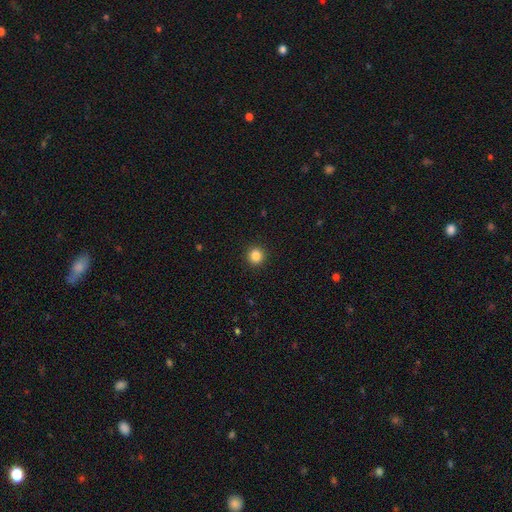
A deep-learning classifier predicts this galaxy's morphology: The model was most divided on "smooth or featured": smooth: 85%, star or artifact: 11%, featured or disk: 4%. More confident: how rounded — round (94%); merging — none (93%).